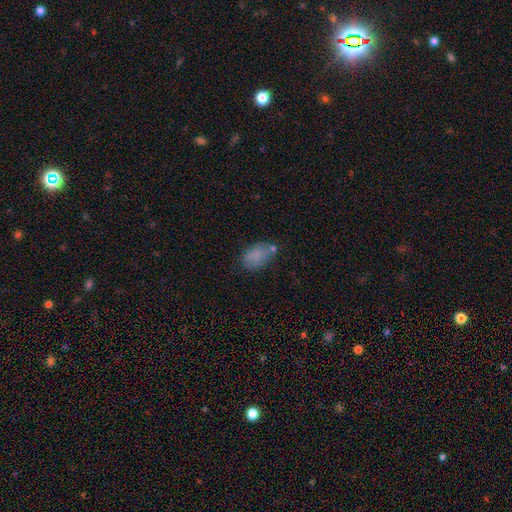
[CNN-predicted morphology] Smooth or featured: smooth — 78% (featured or disk — 12%)
How rounded: in between — 87% (round — 12%)
Merging: none — 57% (minor disturbance — 24%)